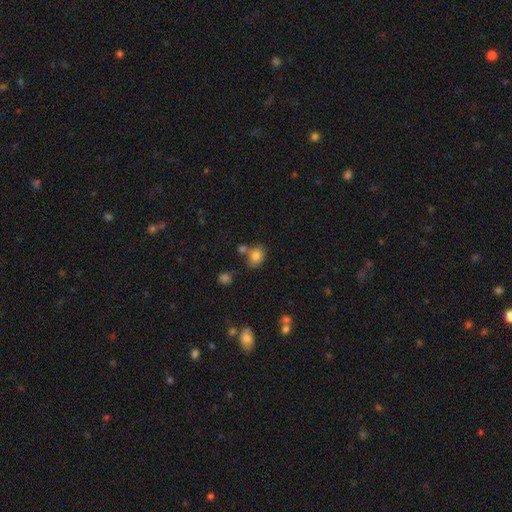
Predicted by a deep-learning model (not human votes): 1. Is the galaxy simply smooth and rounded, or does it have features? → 80% smooth, 11% star or artifact, 9% featured or disk.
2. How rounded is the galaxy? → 57% in between, 42% round, 1% cigar-shaped.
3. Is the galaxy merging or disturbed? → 58% none, 20% merger, 16% minor disturbance, 5% major disturbance.